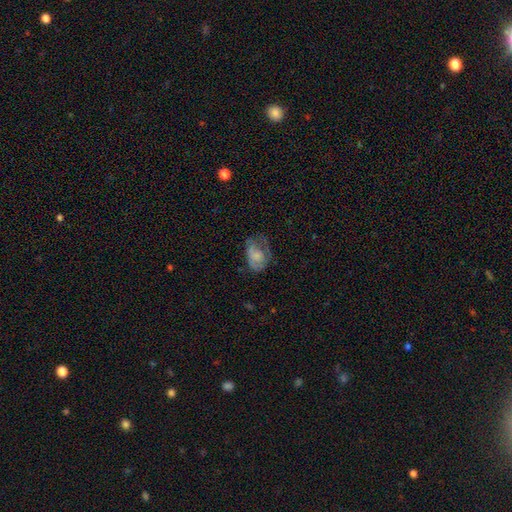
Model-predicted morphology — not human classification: Smooth or featured: smooth — 60% (featured or disk — 32%)
How rounded: in between — 79% (round — 19%)
Merging: major disturbance — 34% (tied with none — 34%)